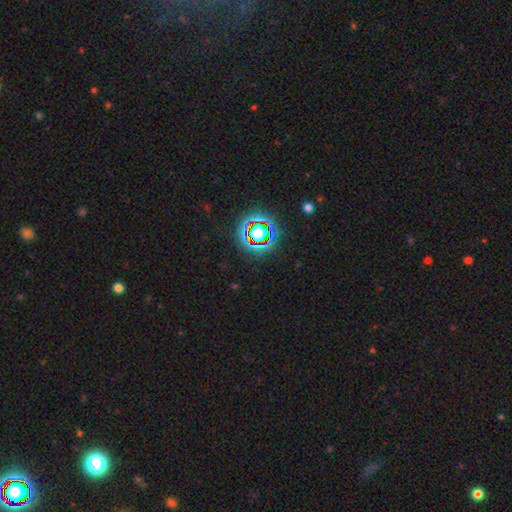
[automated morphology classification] This appears to be a star or artifact, not a galaxy (78%).